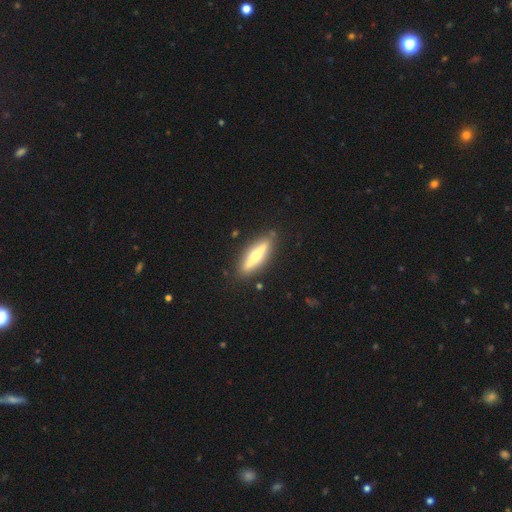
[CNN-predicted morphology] smooth_or_featured: featured or disk (p=0.58) [alt: smooth p=0.36]
disk_edge_on: yes (p=0.92) [alt: no p=0.08]
edge_on_bulge: rounded (p=0.87) [alt: none p=0.08]
merging: none (p=0.86) [alt: minor disturbance p=0.10]